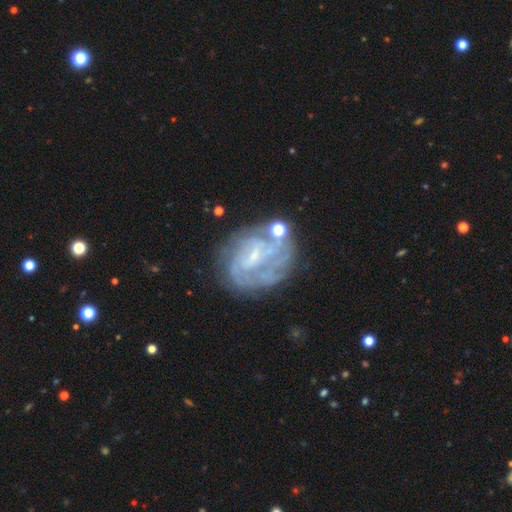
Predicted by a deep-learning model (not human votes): Smooth or featured: featured or disk — 77% (smooth — 13%)
Edge-on disk: no — 97% (yes — 3%)
Bar: weak — 49% (no — 33%)
Spiral arms: yes — 80% (no — 20%)
Spiral winding: tight — 56% (medium — 31%)
Spiral arm count: can't tell — 47% (2 — 18%)
Bulge size: small — 60% (none — 23%)
Merging: none — 56% (minor disturbance — 20%)